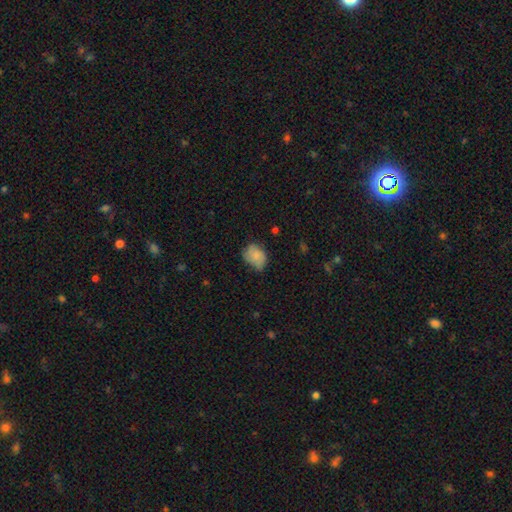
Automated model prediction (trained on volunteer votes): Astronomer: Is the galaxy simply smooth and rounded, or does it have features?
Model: smooth — 78%.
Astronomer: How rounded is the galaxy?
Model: in between — 64%.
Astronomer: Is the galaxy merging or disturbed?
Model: none — 52% (runner-up: minor disturbance, 37%).